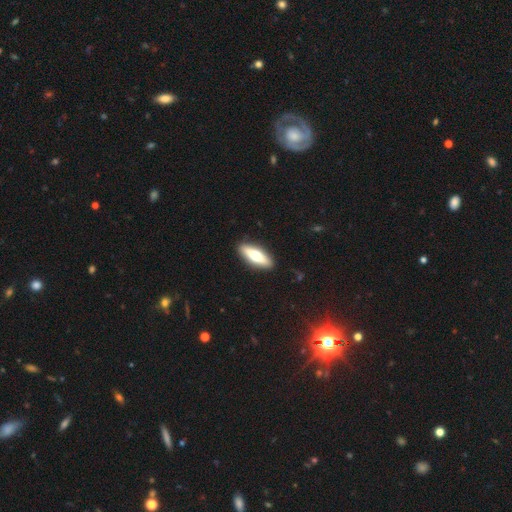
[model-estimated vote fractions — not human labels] smooth-or-featured: smooth: 54% | featured or disk: 41% | star or artifact: 5%
  how-rounded: in between: 54% | cigar-shaped: 43% | round: 3%
  merging: none: 90% | minor disturbance: 7% | major disturbance: 2% | merger: 1%